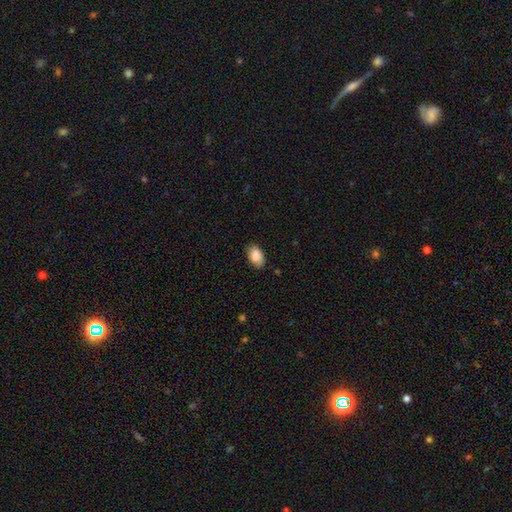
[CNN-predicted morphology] smooth_or_featured: smooth (p=0.85) [alt: featured or disk p=0.08]
how_rounded: in between (p=0.92) [alt: round p=0.07]
merging: none (p=0.82) [alt: minor disturbance p=0.14]